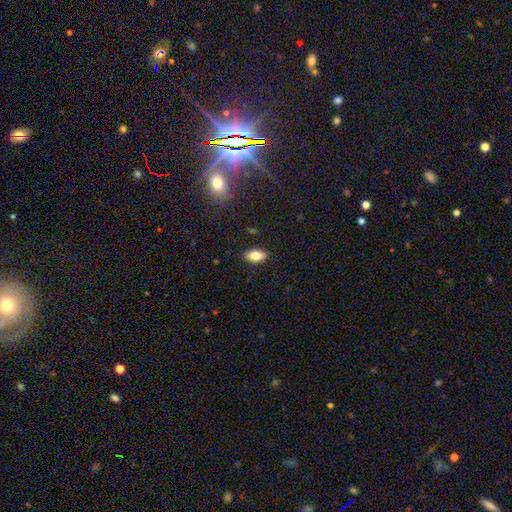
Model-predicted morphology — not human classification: Overall: smooth (80%). How rounded: in between (91%). Merging: none (87%).